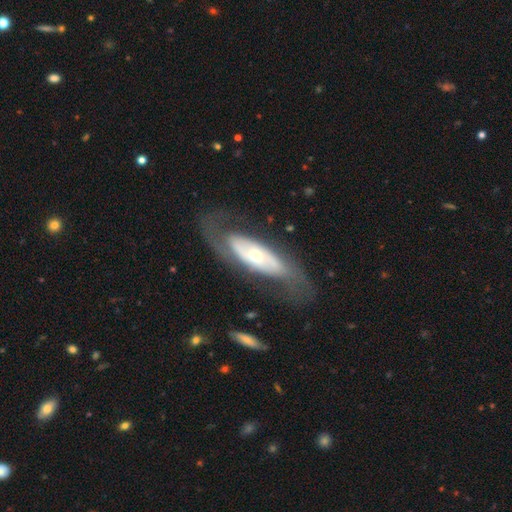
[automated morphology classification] Smooth or featured?
  - featured or disk: 72% *
  - smooth: 22%
  - star or artifact: 5%
Edge-on disk?
  - no: 81% *
  - yes: 19%
Bar?
  - no: 74% *
  - weak: 15%
  - strong: 11%
Spiral arms?
  - yes: 60% *
  - no: 40%
Bulge size?
  - moderate: 47% *
  - small: 46%
  - large: 4%
  - dominant: 1%
  - none: 1%
Merging?
  - none: 63% *
  - major disturbance: 18%
  - minor disturbance: 17%
  - merger: 2%